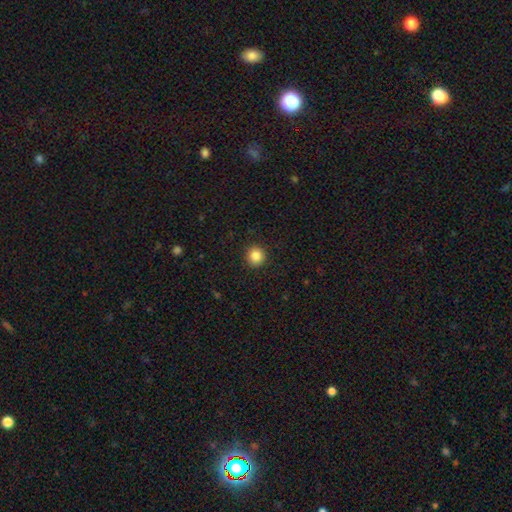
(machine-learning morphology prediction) This is clearly a smooth galaxy (86%). How rounded: clearly round (93%). Merging: clearly none (92%).